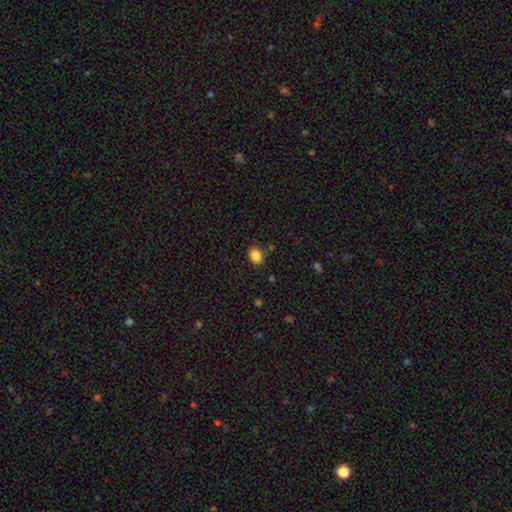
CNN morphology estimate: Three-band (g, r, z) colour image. It shows a smooth galaxy with no disk features (86%) that is in between round and cigar-shaped (64%). Merging: none (85%).